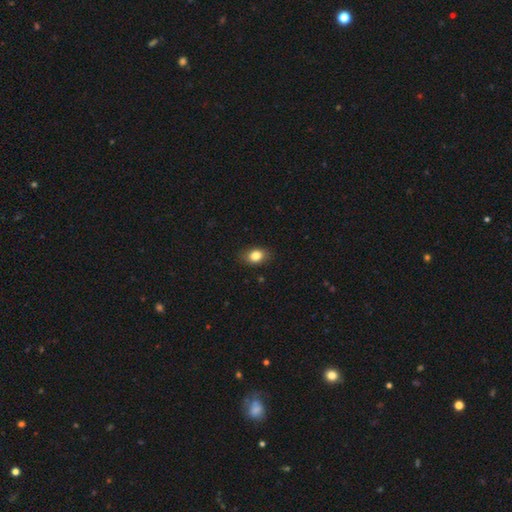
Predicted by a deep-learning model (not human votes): smooth_or_featured: smooth (p=0.83) [alt: star or artifact p=0.09]
how_rounded: in between (p=0.73) [alt: round p=0.26]
merging: none (p=0.86) [alt: minor disturbance p=0.11]